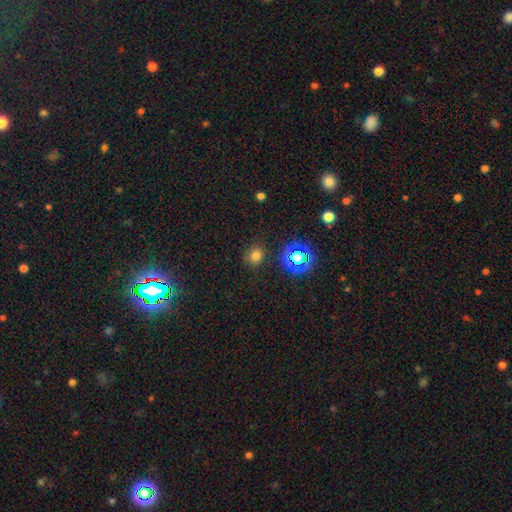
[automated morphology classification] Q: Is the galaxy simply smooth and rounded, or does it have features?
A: smooth — 71%.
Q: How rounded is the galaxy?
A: round — 73%.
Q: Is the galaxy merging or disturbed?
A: none — 82%.